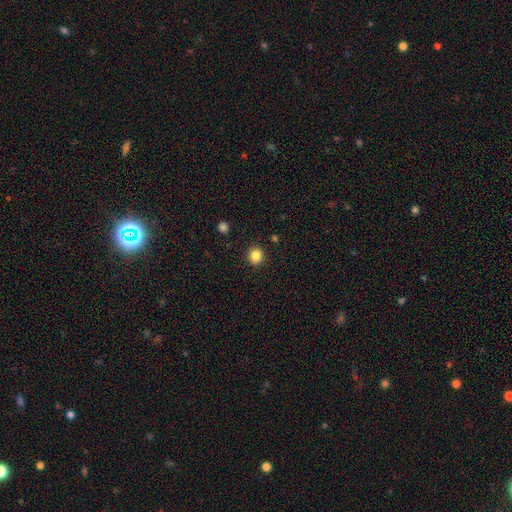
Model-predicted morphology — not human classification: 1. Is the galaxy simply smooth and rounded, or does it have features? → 85% smooth, 11% star or artifact, 4% featured or disk.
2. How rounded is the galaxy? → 91% round, 8% in between, 1% cigar-shaped.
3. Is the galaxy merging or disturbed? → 92% none, 5% minor disturbance, 2% major disturbance, 1% merger.